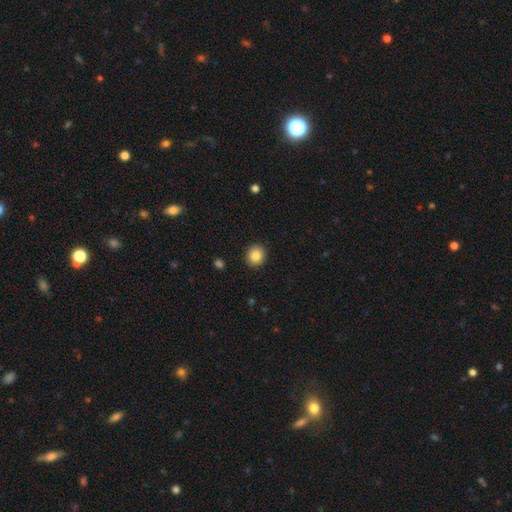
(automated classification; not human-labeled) Smooth or featured? Predicted: smooth (p=0.84). How rounded? Predicted: round (p=0.84). Merging? Predicted: none (p=0.91).